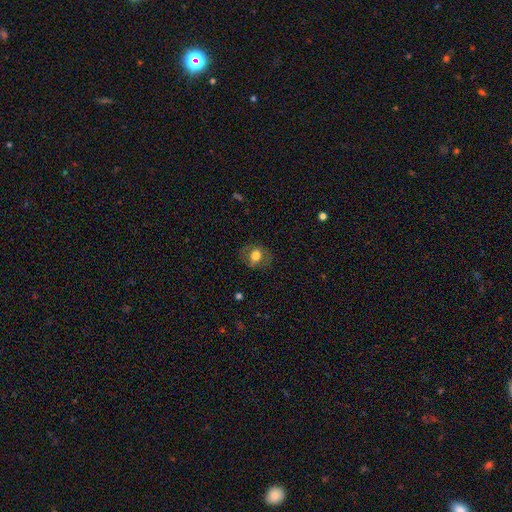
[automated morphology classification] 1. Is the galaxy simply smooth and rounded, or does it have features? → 66% smooth, 24% featured or disk, 10% star or artifact.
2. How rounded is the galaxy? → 51% round, 47% in between, 1% cigar-shaped.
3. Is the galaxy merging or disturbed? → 77% none, 15% minor disturbance, 7% major disturbance, 1% merger.